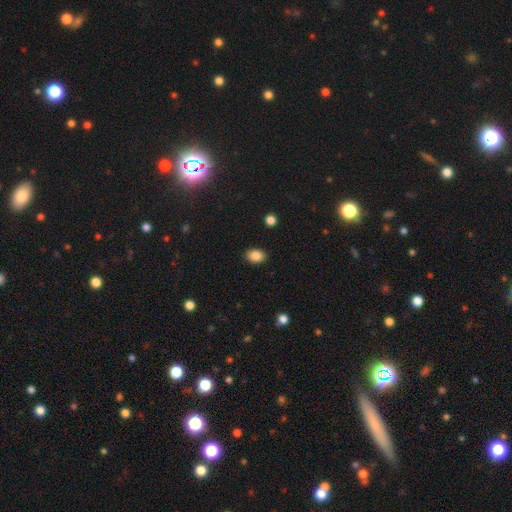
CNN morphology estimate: The model was most divided on "how rounded": in between: 75%, round: 24%, cigar-shaped: 1%. More confident: merging — none (89%); smooth or featured — smooth (86%).